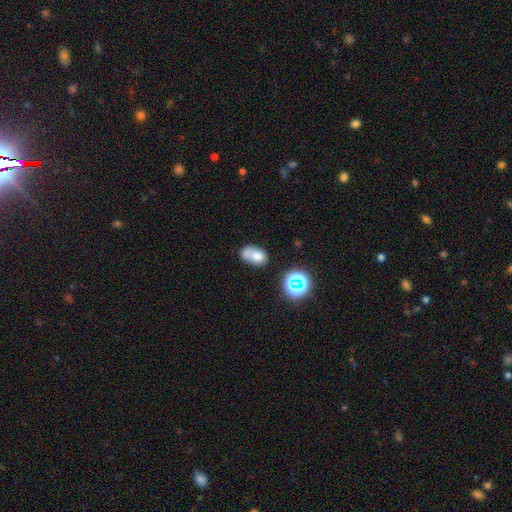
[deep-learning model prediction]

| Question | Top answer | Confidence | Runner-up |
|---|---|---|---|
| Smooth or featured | smooth | 68% | featured or disk (19%) |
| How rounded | in between | 77% | round (22%) |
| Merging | none | 36% | merger (35%) |